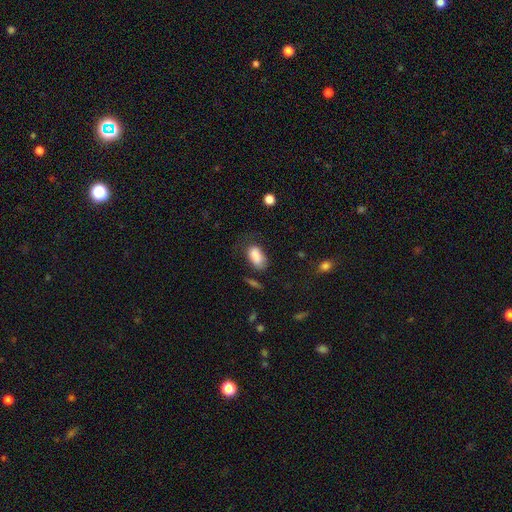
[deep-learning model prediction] A smooth galaxy with no disk features (86%) that is in between round and cigar-shaped (93%).

Vote fractions:
- Smooth or featured? smooth: 86% / star or artifact: 8% / featured or disk: 7%
- How rounded? in between: 93% / round: 5% / cigar-shaped: 3%
- Merging? none: 52% / minor disturbance: 28% / major disturbance: 16% / merger: 4%